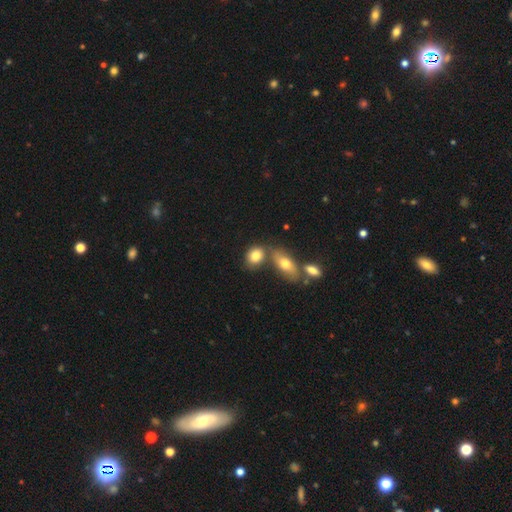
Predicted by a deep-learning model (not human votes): This appears to be a smooth galaxy with no disk features (79%) that is in between round and cigar-shaped (67%). Merging: none (53%).